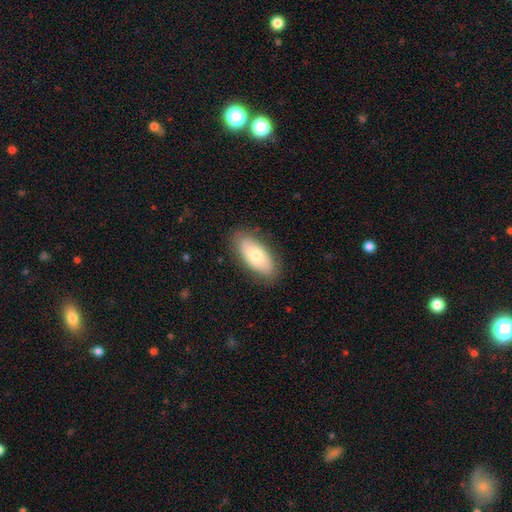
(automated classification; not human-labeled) A smooth galaxy with no disk features (69%) that is in between round and cigar-shaped (91%). Merging: none (84%).